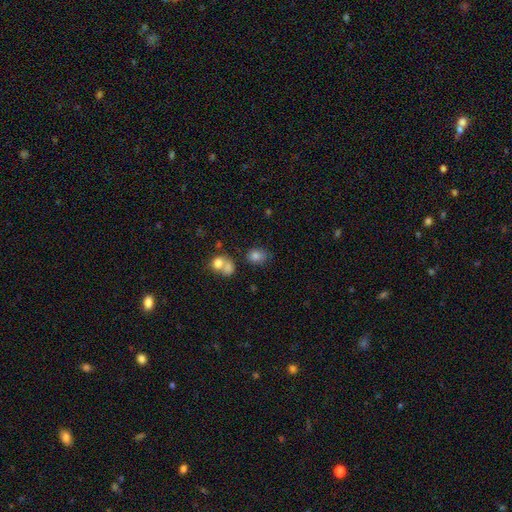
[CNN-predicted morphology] Q: Smooth or featured?
A: smooth (80%); runner-up: star or artifact (11%)
Q: How rounded?
A: in between (67%); runner-up: round (31%)
Q: Merging?
A: none (59%); runner-up: merger (18%)